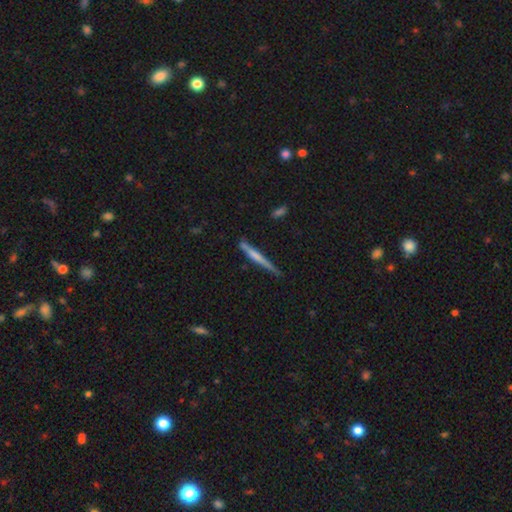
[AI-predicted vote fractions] Smooth or featured?
  - smooth: 53% *
  - featured or disk: 41%
  - star or artifact: 6%
How rounded?
  - cigar-shaped: 96% *
  - in between: 3%
  - round: 1%
Merging?
  - none: 67% *
  - minor disturbance: 23%
  - merger: 5%
  - major disturbance: 5%